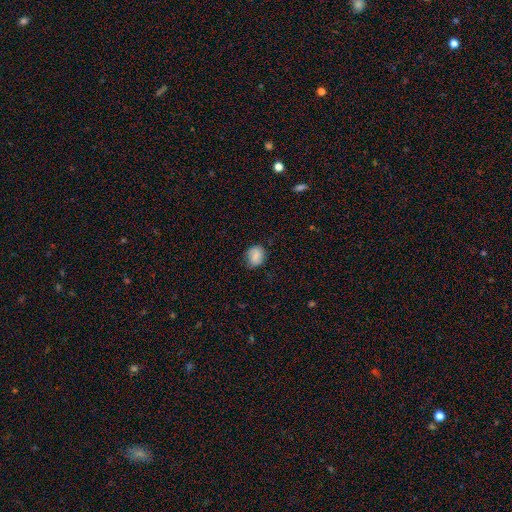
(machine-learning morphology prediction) A smooth galaxy with no disk features (79%) that is round (54%).

Vote fractions:
- Smooth or featured? smooth: 79% / featured or disk: 12% / star or artifact: 9%
- How rounded? round: 54% / in between: 45% / cigar-shaped: 1%
- Merging? none: 70% / minor disturbance: 22% / major disturbance: 6% / merger: 1%